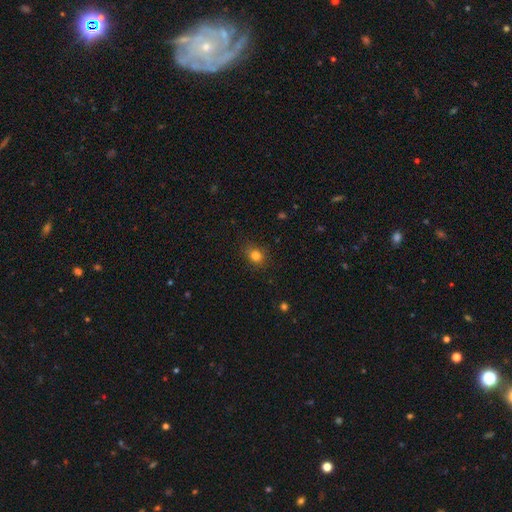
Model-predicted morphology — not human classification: Smooth or featured? Predicted: smooth (p=0.81). How rounded? Predicted: round (p=0.65). Merging? Predicted: none (p=0.83).